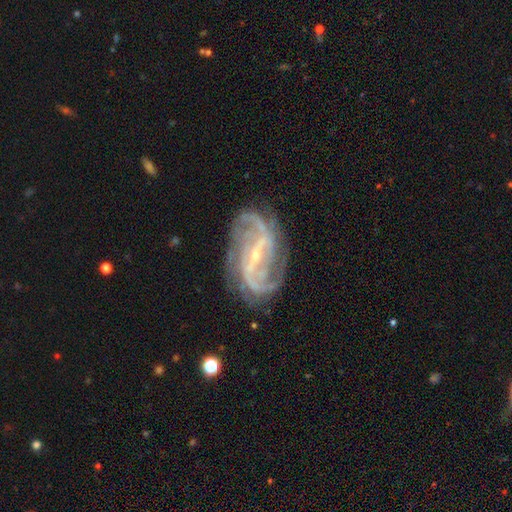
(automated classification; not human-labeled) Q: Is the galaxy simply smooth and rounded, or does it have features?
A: featured or disk — 90%.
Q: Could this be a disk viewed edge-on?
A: no — 96%.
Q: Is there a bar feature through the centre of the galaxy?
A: strong — 50%.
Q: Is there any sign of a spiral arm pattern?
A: yes — 97%.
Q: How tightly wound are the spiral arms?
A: medium — 45%.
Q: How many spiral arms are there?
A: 2 — 40%.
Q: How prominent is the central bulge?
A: small — 79%.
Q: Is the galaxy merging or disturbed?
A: none — 75%.